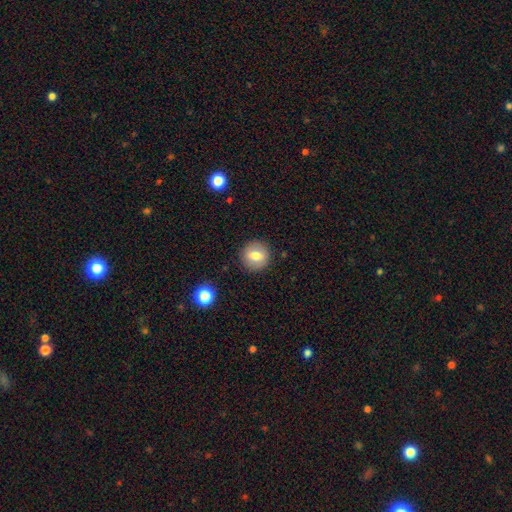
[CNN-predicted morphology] A smooth galaxy with no disk features (73%) that is round (91%). Merging: none (89%).